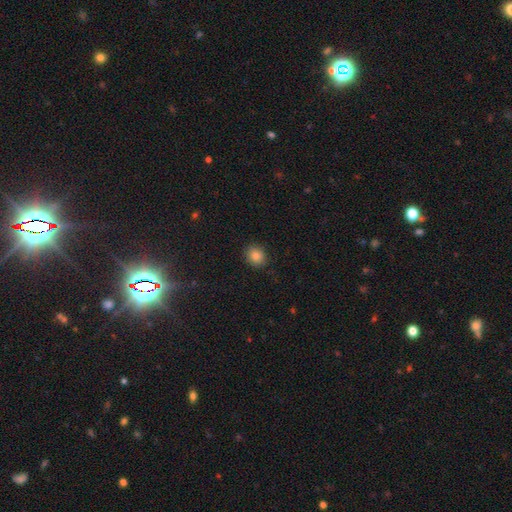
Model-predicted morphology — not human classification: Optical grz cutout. It shows a smooth galaxy with no disk features (83%) that is round (72%). Merging: none (90%).